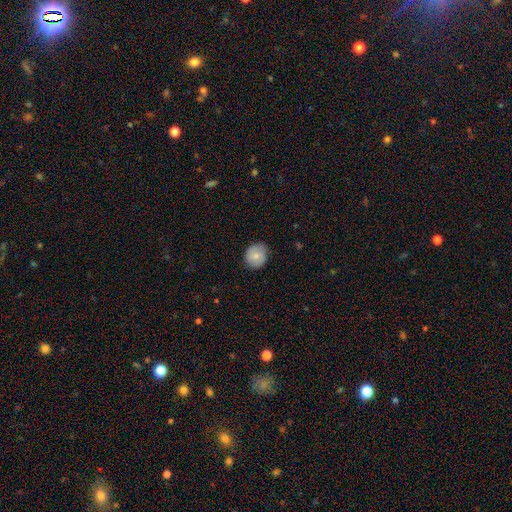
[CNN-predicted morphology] Smooth or featured? Predicted: smooth (p=0.78). How rounded? Predicted: round (p=0.79). Merging? Predicted: none (p=0.82).